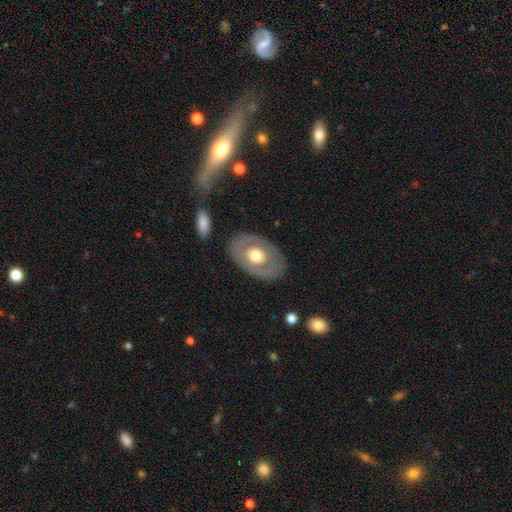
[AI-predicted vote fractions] smooth-or-featured: featured or disk: 52% | smooth: 43% | star or artifact: 5%
  disk-edge-on: no: 90% | yes: 10%
  merging: none: 82% | minor disturbance: 11% | major disturbance: 5% | merger: 2%